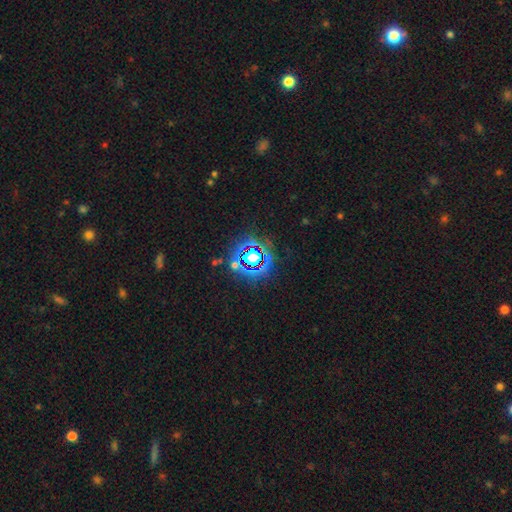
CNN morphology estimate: This appears to be a star or artifact, not a galaxy (70%).